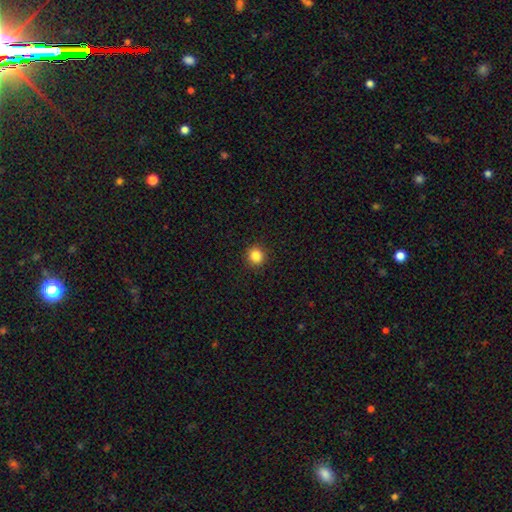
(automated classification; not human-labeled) Overall: smooth (85%). How rounded: round (91%). Merging: none (92%).